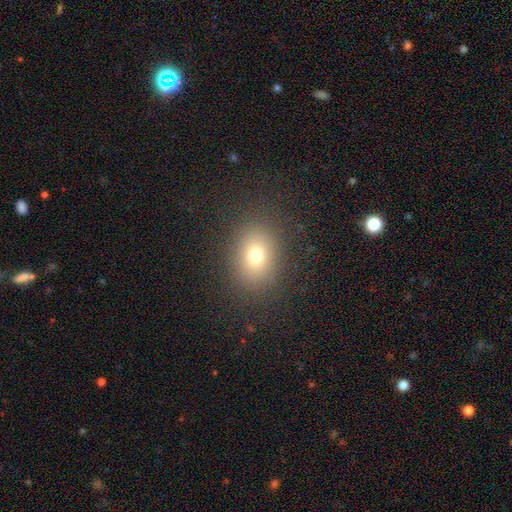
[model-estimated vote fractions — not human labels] Overall: smooth (73%). How rounded: in between (60%; round 39%). Merging: none (86%).